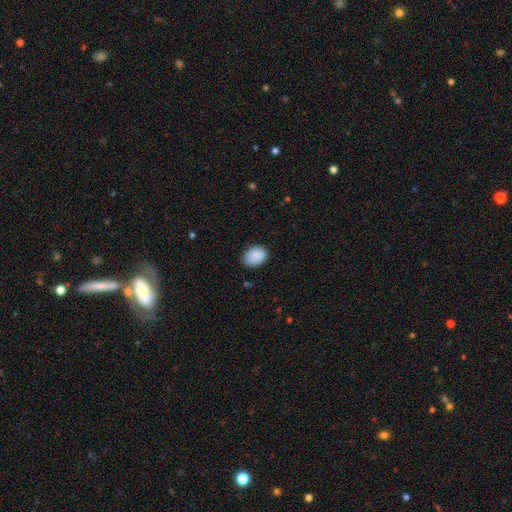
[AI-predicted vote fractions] smooth 87%, star or artifact 7%, featured or disk 5%. Down the decision tree: how rounded — in between (67%); merging — none (75%).